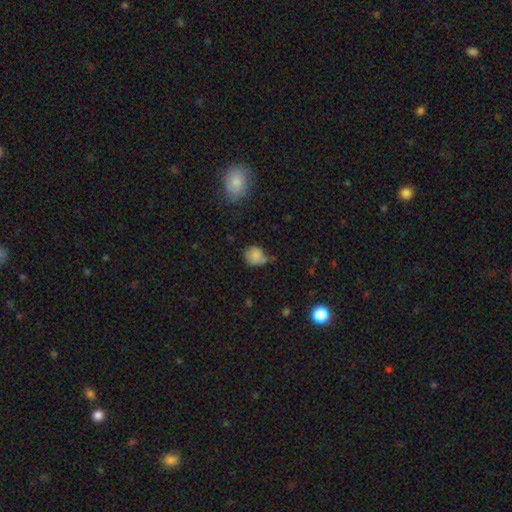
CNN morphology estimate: smooth-or-featured: smooth: 78% | featured or disk: 11% | star or artifact: 11%
  how-rounded: round: 72% | in between: 27% | cigar-shaped: 1%
  merging: none: 45% | minor disturbance: 38% | major disturbance: 11% | merger: 7%